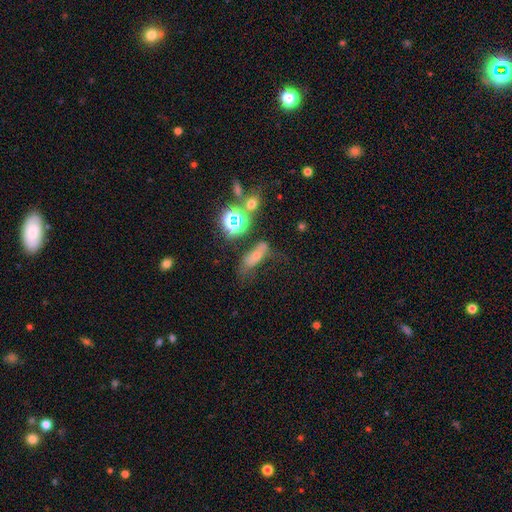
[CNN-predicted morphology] The model was most divided on "merging": none: 45%, minor disturbance: 25%, major disturbance: 19%, merger: 11%. Remaining: smooth or featured — smooth (50%).